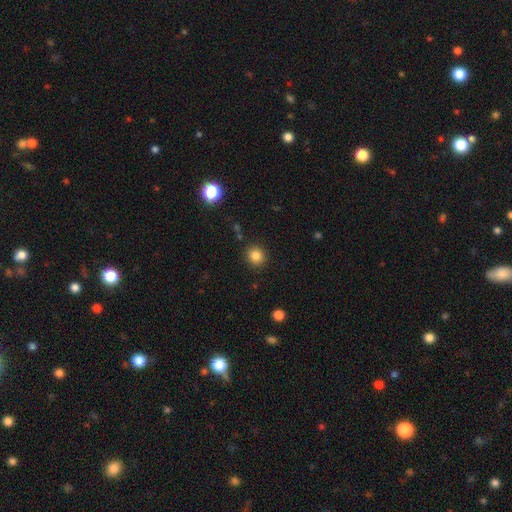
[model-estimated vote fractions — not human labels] smooth 83%, star or artifact 12%, featured or disk 5%. Down the decision tree: how rounded — round (89%); merging — none (90%).